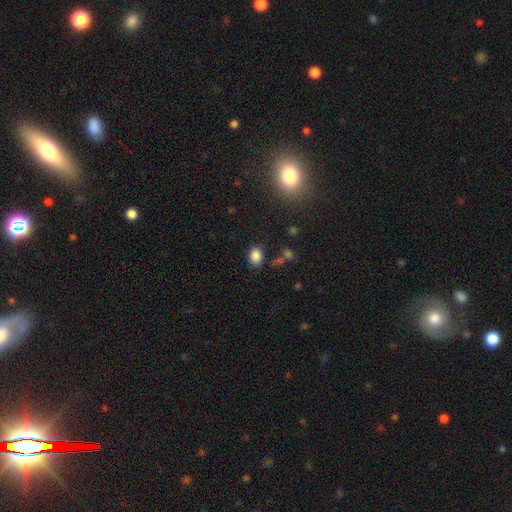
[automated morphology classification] A smooth galaxy with no disk features (84%) that is in between round and cigar-shaped (67%).

Vote fractions:
- Smooth or featured? smooth: 84% / star or artifact: 11% / featured or disk: 5%
- How rounded? in between: 67% / round: 31% / cigar-shaped: 1%
- Merging? none: 79% / minor disturbance: 13% / merger: 4% / major disturbance: 4%